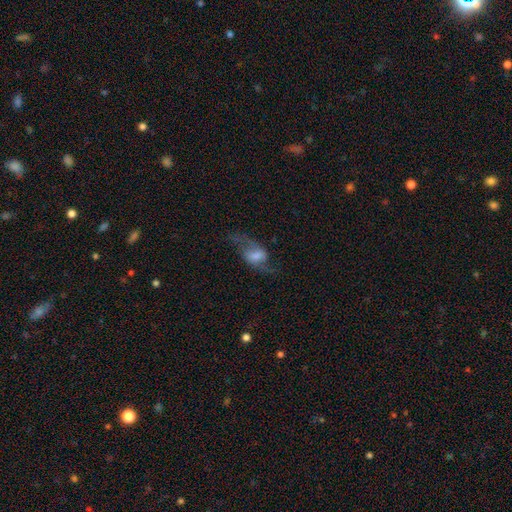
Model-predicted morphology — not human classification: The model was most divided on "bulge size": moderate: 40%, small: 36%, large: 12%, none: 9%, dominant: 2%. Remaining: edge-on disk — no (94%); spiral arm count — 2 (91%); spiral arms — yes (91%); smooth or featured — featured or disk (74%); spiral winding — loose (71%); merging — none (65%); bar — weak (48%).